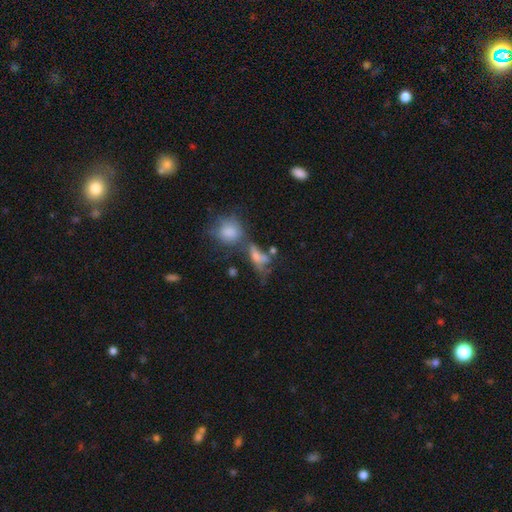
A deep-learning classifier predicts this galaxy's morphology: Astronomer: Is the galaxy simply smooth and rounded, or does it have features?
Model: smooth — 50% (runner-up: featured or disk, 31%).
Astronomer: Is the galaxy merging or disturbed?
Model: none — 35% (runner-up: merger, 31%).